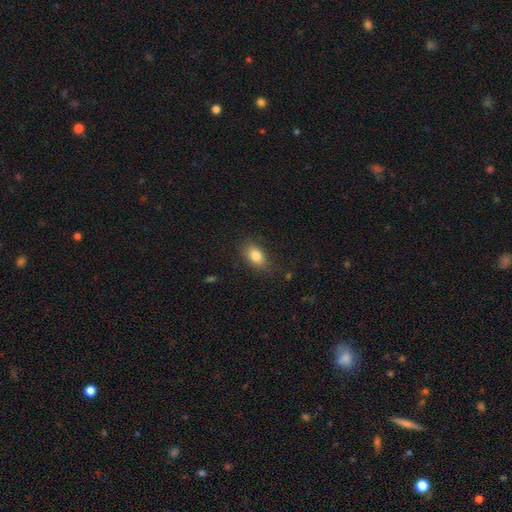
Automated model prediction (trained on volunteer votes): A smooth galaxy with no disk features (82%) that is in between round and cigar-shaped (85%). Merging: none (80%).